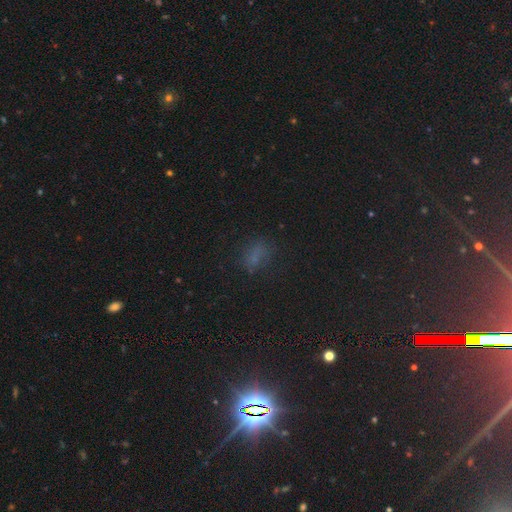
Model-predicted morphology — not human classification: Smooth or featured? Predicted: smooth (p=0.58). How rounded? Predicted: in between (p=0.74). Merging? Predicted: none (p=0.67).